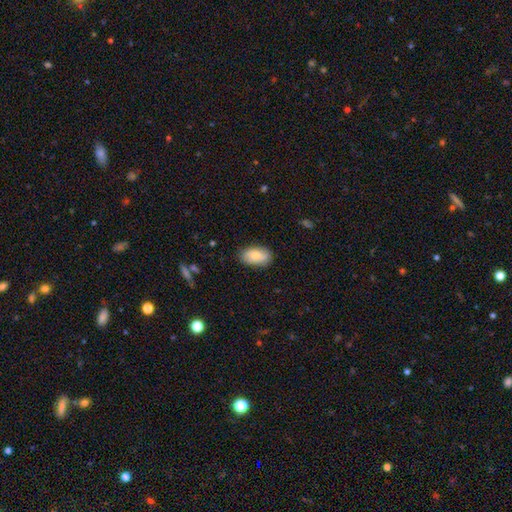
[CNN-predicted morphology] Smooth or featured?
  - smooth: 79% *
  - featured or disk: 15%
  - star or artifact: 7%
How rounded?
  - in between: 93% *
  - round: 5%
  - cigar-shaped: 2%
Merging?
  - none: 82% *
  - minor disturbance: 14%
  - major disturbance: 3%
  - merger: 1%